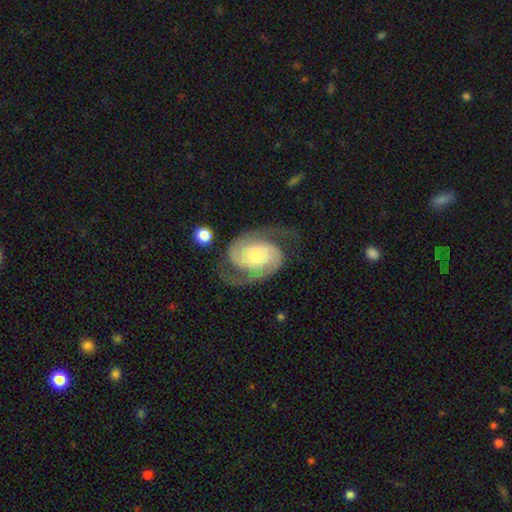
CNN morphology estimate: Overall: featured or disk (90%). Edge-on disk: no (98%). Bar: no (72%). Spiral arms: yes (98%). Spiral arm count: 2 (93%). Spiral winding: medium (45%; tight 42%). Bulge size: small (55%; moderate 34%). Merging: none (74%).